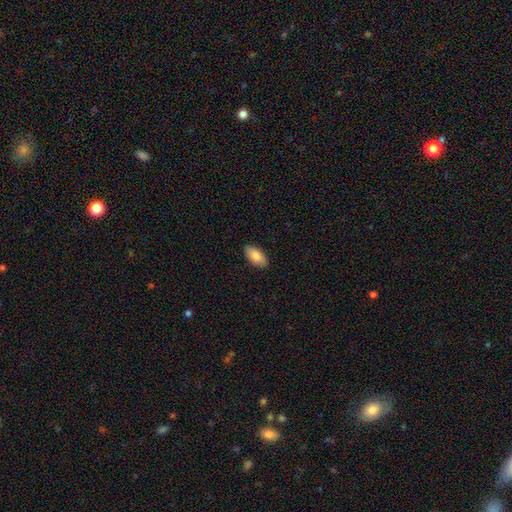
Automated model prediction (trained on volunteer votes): This is clearly a smooth galaxy (83%). How rounded: clearly in between (94%). Merging: clearly none (89%).